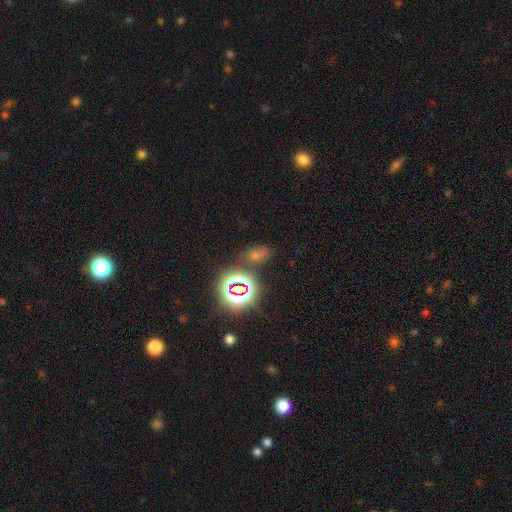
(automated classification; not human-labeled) Morphology: type=star or artifact (52%).